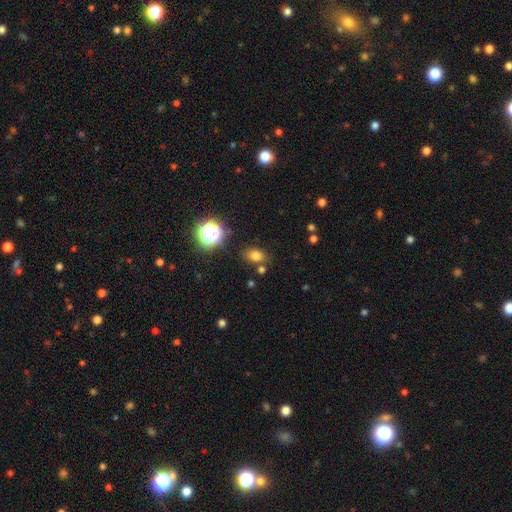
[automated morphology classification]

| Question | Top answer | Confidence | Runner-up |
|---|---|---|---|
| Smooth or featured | smooth | 75% | star or artifact (18%) |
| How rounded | in between | 72% | round (26%) |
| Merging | none | 79% | minor disturbance (12%) |